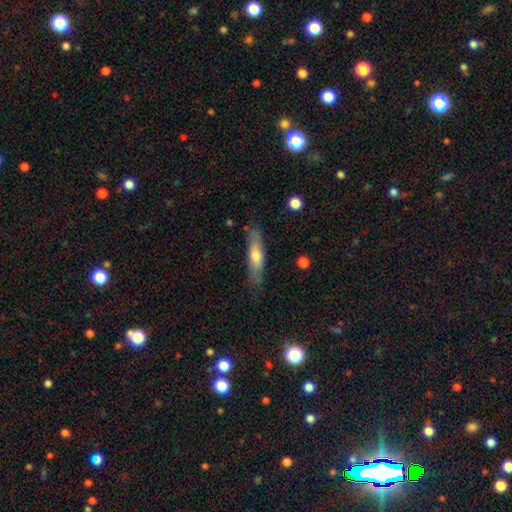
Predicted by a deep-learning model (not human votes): Smooth or featured: smooth — 54% (featured or disk — 39%)
How rounded: cigar-shaped — 75% (in between — 24%)
Merging: none — 78% (minor disturbance — 17%)